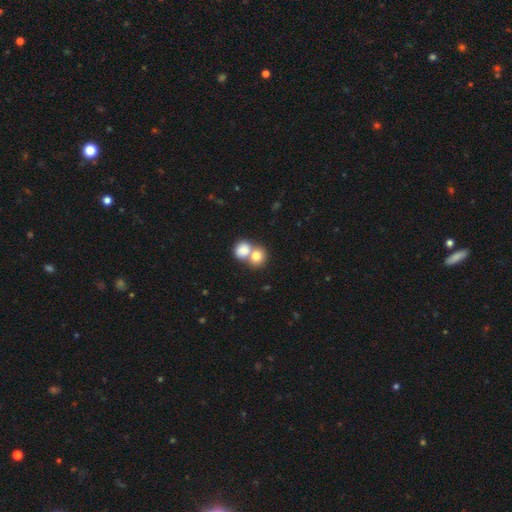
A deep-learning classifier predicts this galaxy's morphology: The model was most divided on "merging": merger: 58%, none: 33%, minor disturbance: 6%, major disturbance: 3%. More confident: smooth or featured — smooth (80%); how rounded — round (72%).